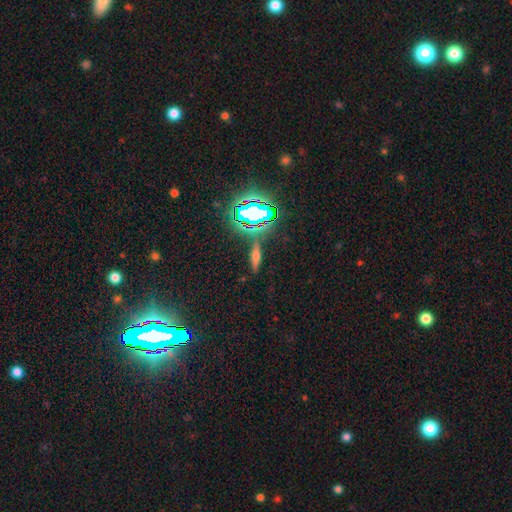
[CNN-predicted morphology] smooth-or-featured: smooth: 40% | featured or disk: 31% | star or artifact: 29%
  merging: none: 80% | minor disturbance: 12% | major disturbance: 4% | merger: 4%